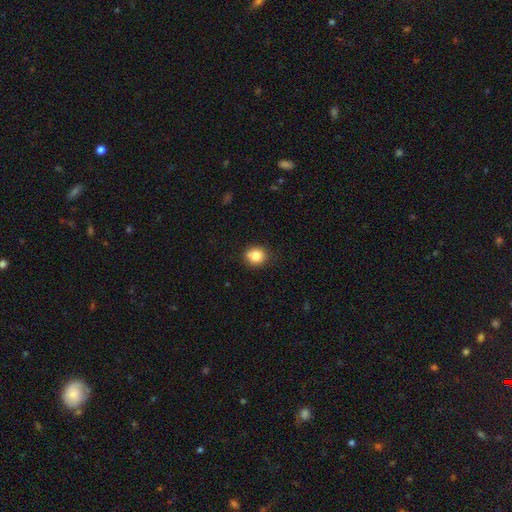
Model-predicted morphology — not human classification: Q: Smooth or featured?
A: smooth (82%); runner-up: star or artifact (11%)
Q: How rounded?
A: round (82%); runner-up: in between (17%)
Q: Merging?
A: none (84%); runner-up: minor disturbance (12%)